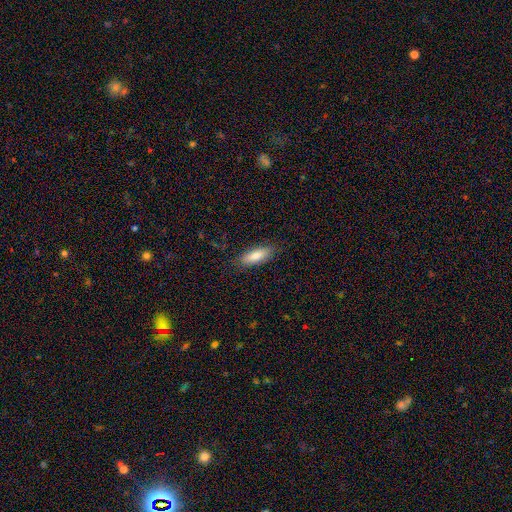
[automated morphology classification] Smooth or featured?
  - smooth: 80% *
  - featured or disk: 14%
  - star or artifact: 6%
How rounded?
  - in between: 67% *
  - cigar-shaped: 31%
  - round: 2%
Merging?
  - none: 85% *
  - minor disturbance: 12%
  - major disturbance: 3%
  - merger: 1%